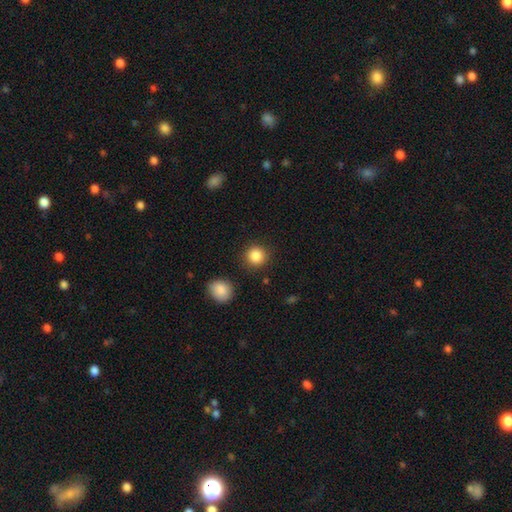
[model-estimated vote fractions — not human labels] Morphology: type=smooth (87%); roundness=round (93%); merging=none (88%).